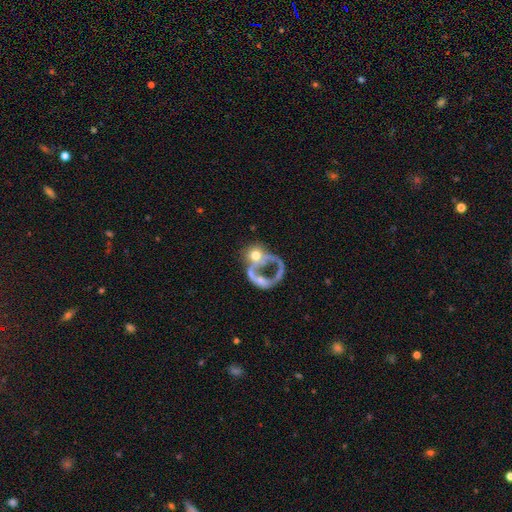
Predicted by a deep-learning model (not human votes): Smooth or featured? featured or disk (56%)
Edge-on disk? no (97%)
Bar? no (87%)
Spiral arms? no (78%)
Bulge size? moderate (44%)
Merging? major disturbance (43%)